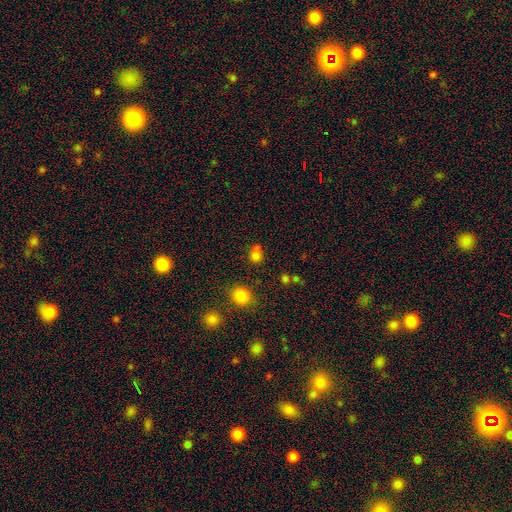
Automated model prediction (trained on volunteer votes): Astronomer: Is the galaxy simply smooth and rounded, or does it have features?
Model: smooth — 75%.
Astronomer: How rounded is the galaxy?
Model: round — 66%.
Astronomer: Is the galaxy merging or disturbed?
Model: none — 49% (runner-up: merger, 26%).